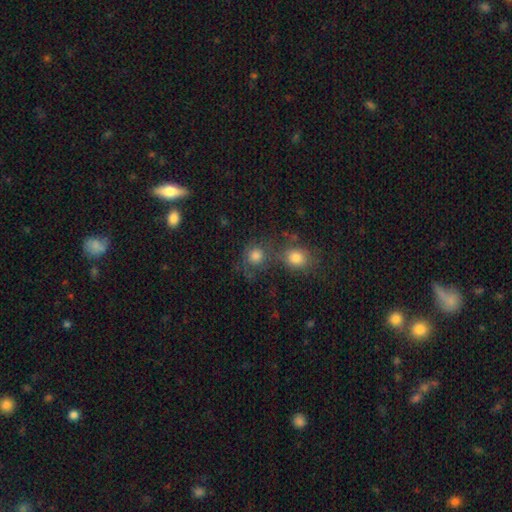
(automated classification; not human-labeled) Morphology: type=smooth (78%); roundness=round (85%); merging=none (47%).